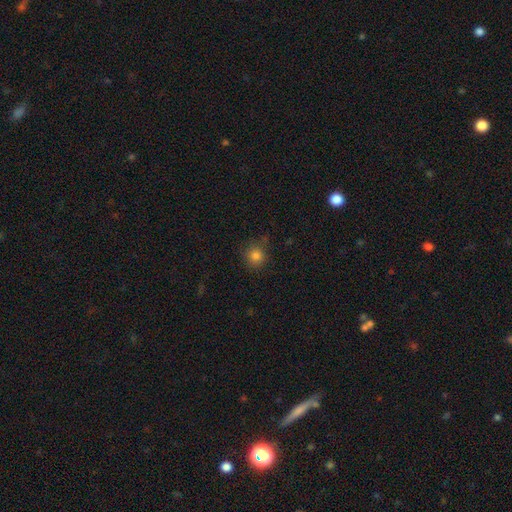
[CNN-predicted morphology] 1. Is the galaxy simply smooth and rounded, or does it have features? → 82% smooth, 13% star or artifact, 5% featured or disk.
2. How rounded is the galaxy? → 91% round, 8% in between, 1% cigar-shaped.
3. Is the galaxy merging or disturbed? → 81% none, 13% minor disturbance, 4% major disturbance, 2% merger.